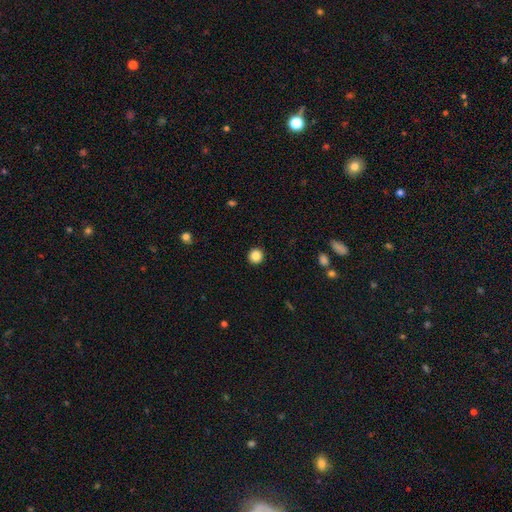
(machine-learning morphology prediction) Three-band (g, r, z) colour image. It shows a smooth galaxy with no disk features (85%) that is round (94%). Merging: none (93%).